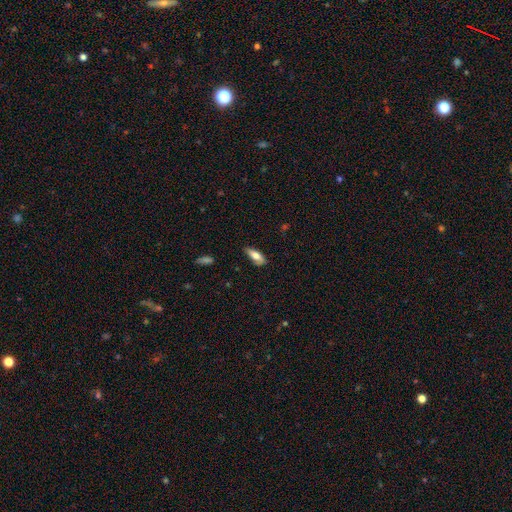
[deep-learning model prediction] Smooth or featured? smooth (72%)
How rounded? in between (68%)
Merging? none (68%)